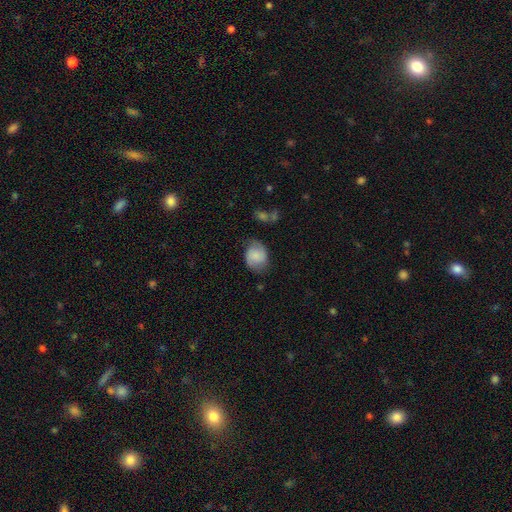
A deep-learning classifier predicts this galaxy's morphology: A smooth galaxy with no disk features (58%) that is in between round and cigar-shaped (54%).

Vote fractions:
- Smooth or featured? smooth: 58% / featured or disk: 34% / star or artifact: 8%
- How rounded? in between: 54% / round: 45% / cigar-shaped: 1%
- Merging? none: 62% / minor disturbance: 26% / major disturbance: 10% / merger: 2%